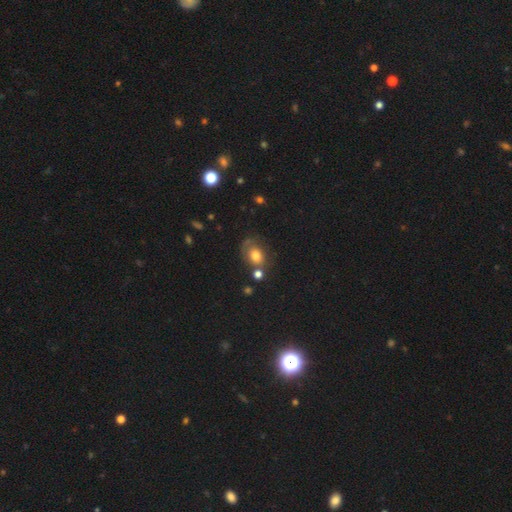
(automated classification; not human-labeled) Smooth or featured: smooth — 68% (featured or disk — 20%)
How rounded: in between — 57% (round — 42%)
Merging: none — 49% (minor disturbance — 23%)